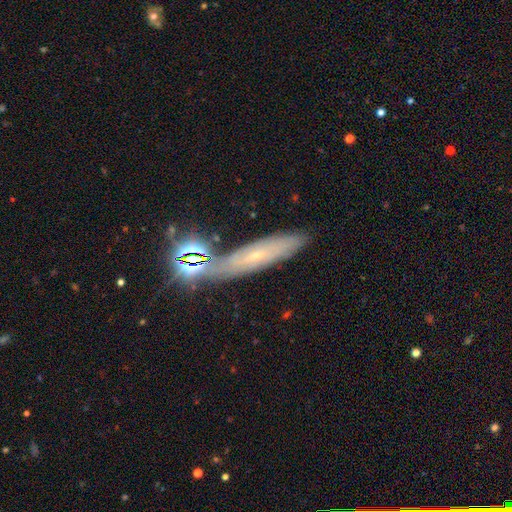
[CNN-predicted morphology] Smooth or featured? Predicted: featured or disk (p=0.50). Merging? Predicted: none (p=0.70).